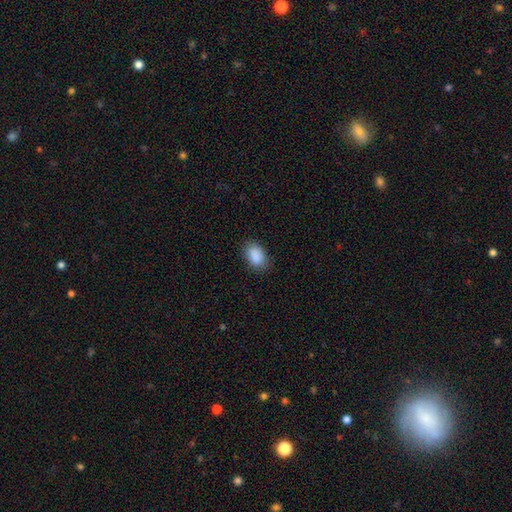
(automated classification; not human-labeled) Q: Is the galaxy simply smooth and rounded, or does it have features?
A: smooth — 89%.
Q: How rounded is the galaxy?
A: in between — 87%.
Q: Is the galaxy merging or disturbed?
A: none — 83%.